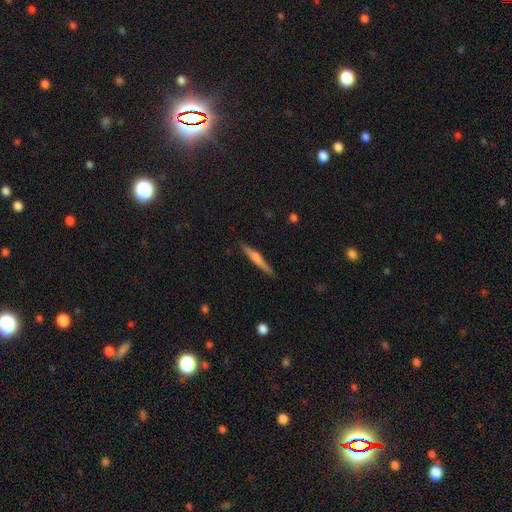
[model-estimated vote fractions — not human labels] featured or disk 54%, smooth 40%, star or artifact 6%. Down the decision tree: edge-on disk — yes (97%); edge-on bulge — rounded (72%); merging — none (88%).